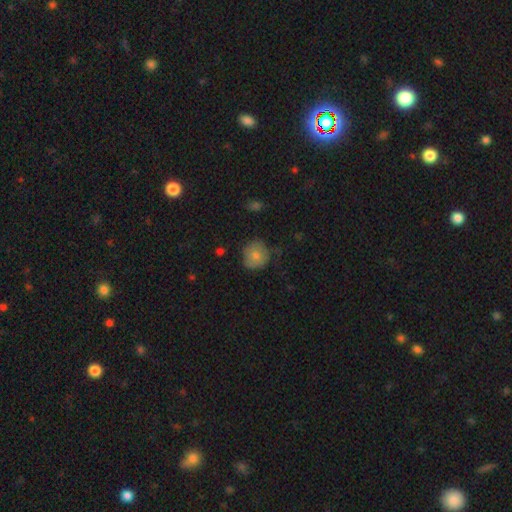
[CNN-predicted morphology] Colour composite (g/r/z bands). It shows a smooth galaxy with no disk features (74%) that is round (87%). Merging: none (66%).